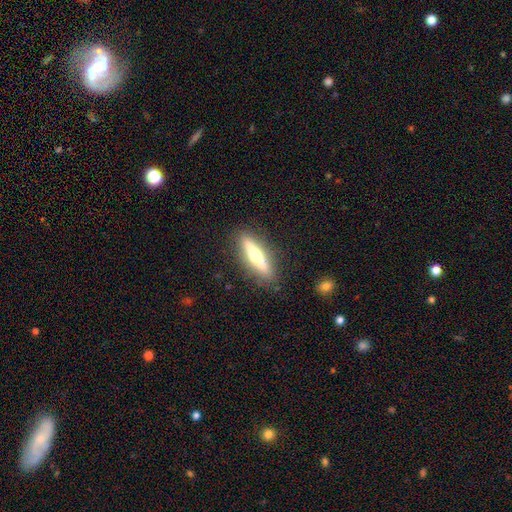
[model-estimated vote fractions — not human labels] A featured or disk galaxy (61%) viewed edge-on (93%) with a rounded central bulge (92%). Merging: none (88%).